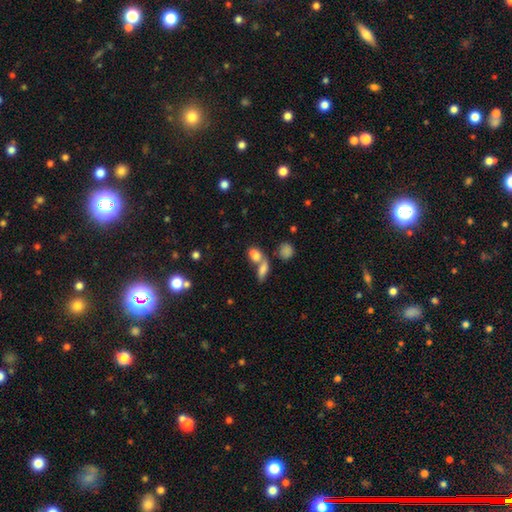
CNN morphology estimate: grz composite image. It shows a smooth galaxy with no disk features (77%) that is in between round and cigar-shaped (79%). Merging: merger (56%).